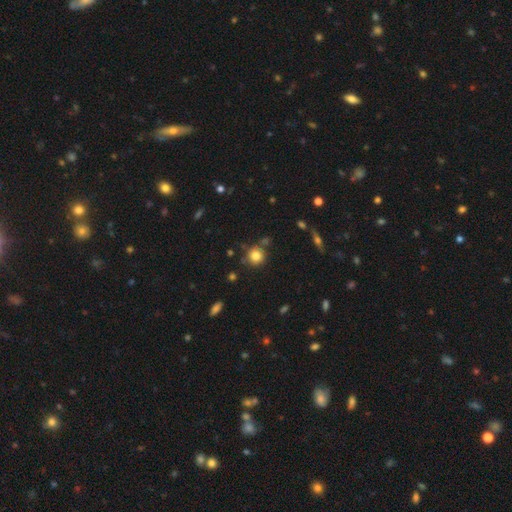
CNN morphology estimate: smooth_or_featured: smooth (p=0.82) [alt: star or artifact p=0.11]
how_rounded: round (p=0.91) [alt: in between p=0.07]
merging: none (p=0.79) [alt: minor disturbance p=0.10]